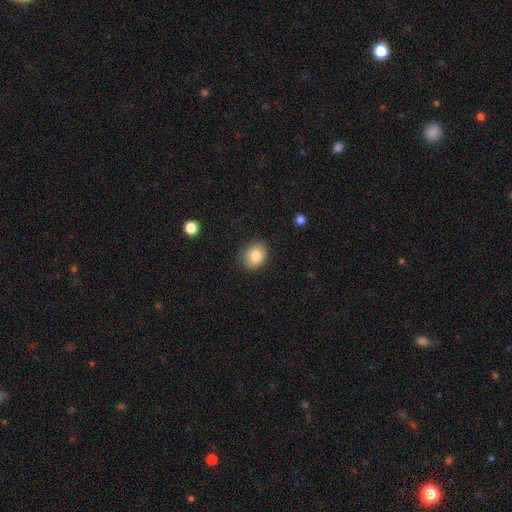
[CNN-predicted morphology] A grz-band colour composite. It shows a smooth galaxy with no disk features (81%) that is round (53%). Merging: none (84%).